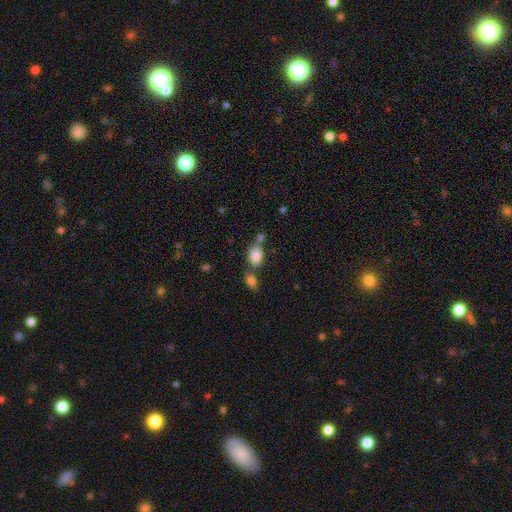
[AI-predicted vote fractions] Q: Smooth or featured?
A: smooth (84%); runner-up: star or artifact (9%)
Q: How rounded?
A: in between (79%); runner-up: round (19%)
Q: Merging?
A: none (46%); runner-up: merger (36%)